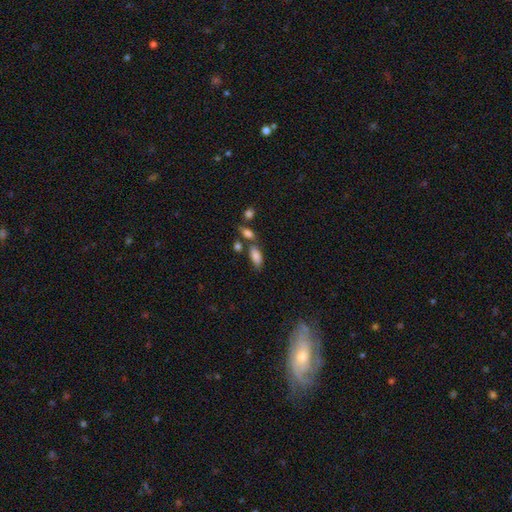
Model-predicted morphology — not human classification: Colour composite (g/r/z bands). It shows a smooth galaxy with no disk features (83%) that is in between round and cigar-shaped (85%). Merging: none (57%).